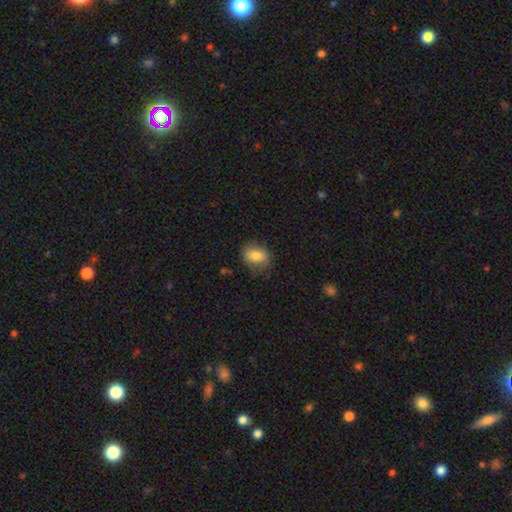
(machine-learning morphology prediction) Smooth or featured: smooth — 81% (featured or disk — 11%)
How rounded: in between — 63% (round — 35%)
Merging: none — 74% (minor disturbance — 19%)